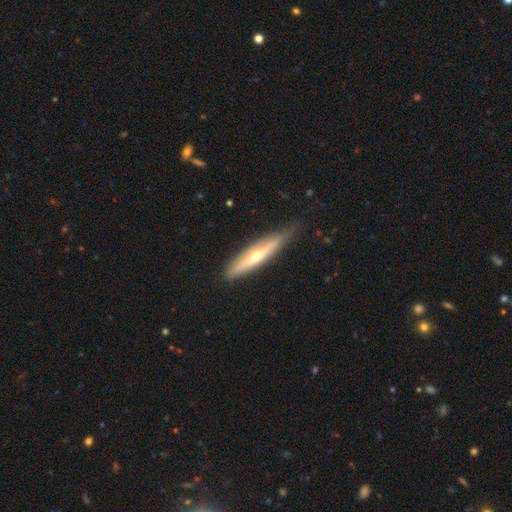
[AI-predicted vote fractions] featured or disk 58%, smooth 36%, star or artifact 6%. Down the decision tree: edge-on disk — yes (86%); edge-on bulge — rounded (85%); merging — none (75%).